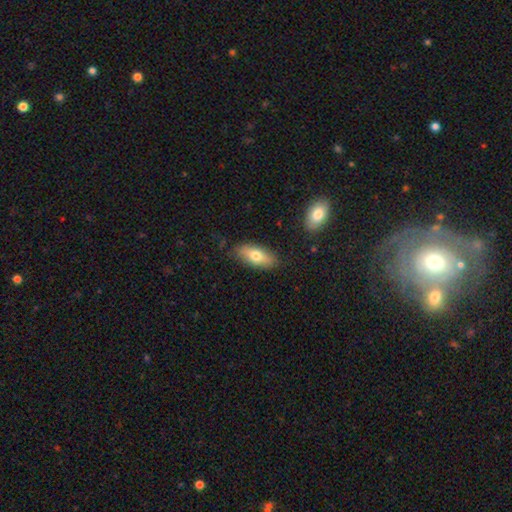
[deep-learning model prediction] Smooth or featured? Predicted: smooth (p=0.71). How rounded? Predicted: in between (p=0.80). Merging? Predicted: none (p=0.83).